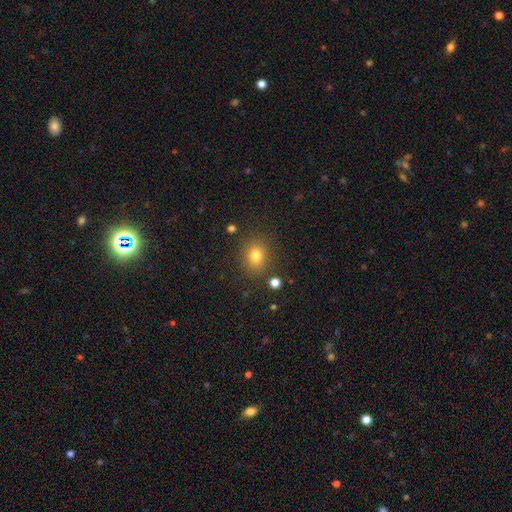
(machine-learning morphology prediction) The model was most divided on "how rounded": round: 59%, in between: 40%, cigar-shaped: 1%. More confident: merging — none (85%); smooth or featured — smooth (78%).